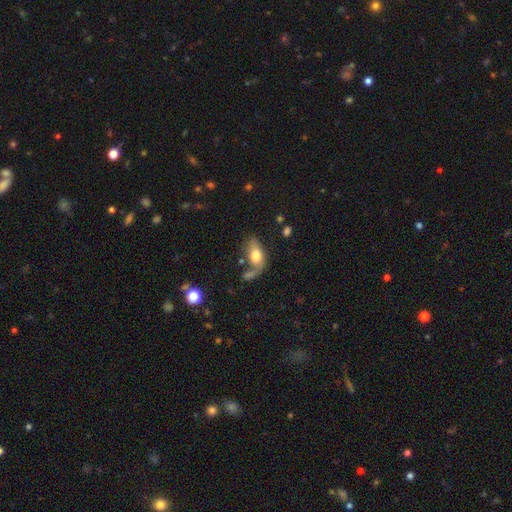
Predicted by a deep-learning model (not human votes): Smooth or featured? smooth (60%)
How rounded? in between (87%)
Merging? none (34%)